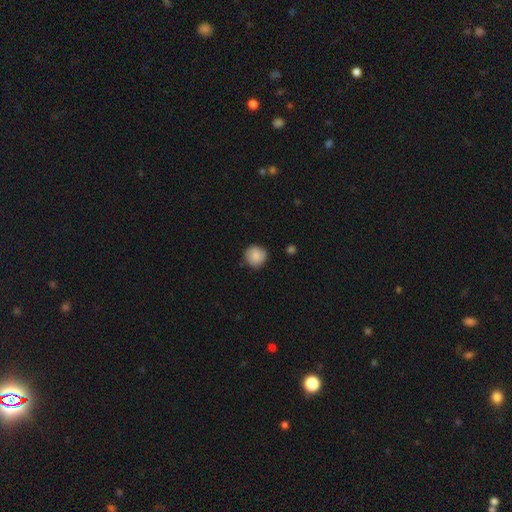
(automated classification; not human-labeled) smooth_or_featured: smooth (p=0.87) [alt: star or artifact p=0.07]
how_rounded: round (p=0.92) [alt: in between p=0.07]
merging: none (p=0.81) [alt: minor disturbance p=0.14]